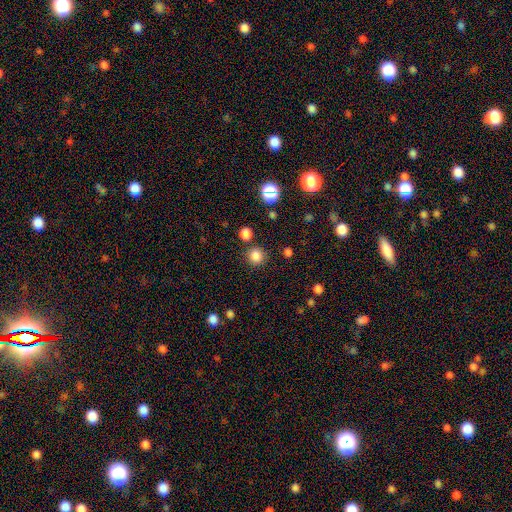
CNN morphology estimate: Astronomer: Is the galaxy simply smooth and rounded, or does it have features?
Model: smooth — 82%.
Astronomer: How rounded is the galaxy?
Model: round — 93%.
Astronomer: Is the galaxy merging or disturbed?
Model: none — 85%.